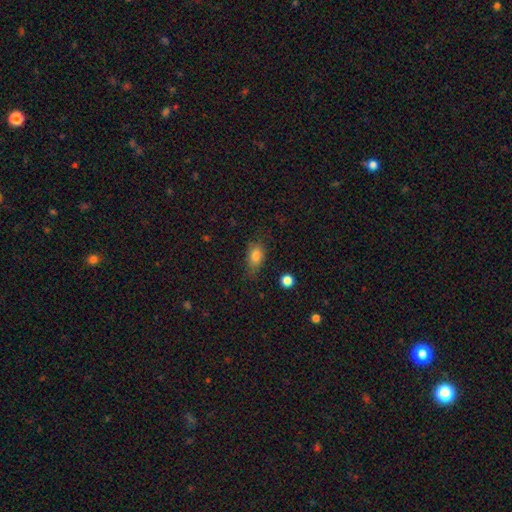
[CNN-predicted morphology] A smooth galaxy with no disk features (83%) that is in between round and cigar-shaped (83%). Merging: none (65%).